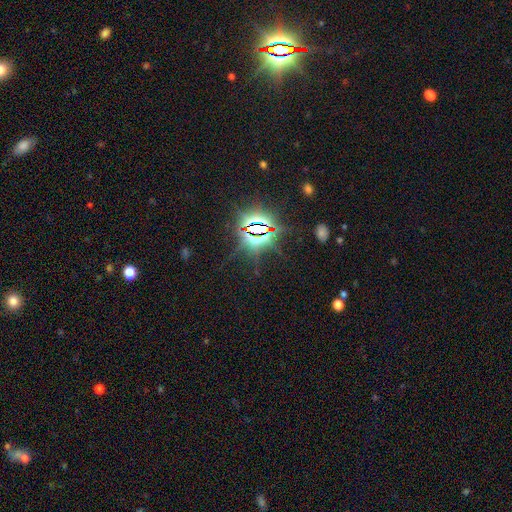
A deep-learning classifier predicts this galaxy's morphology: type=star or artifact (84%).